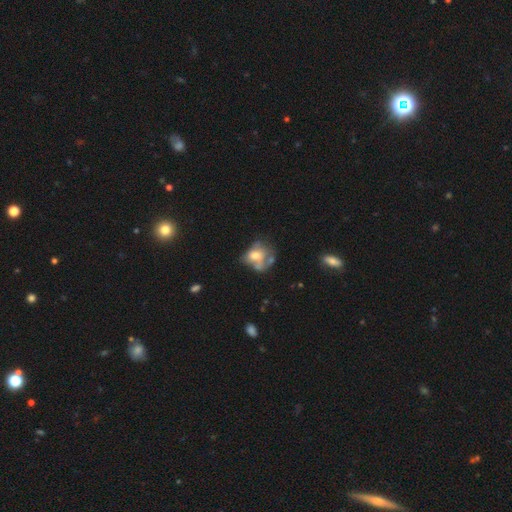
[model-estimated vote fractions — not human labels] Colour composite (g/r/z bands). It shows a smooth galaxy with no disk features (50%) that is in between round and cigar-shaped (54%). Merging: none (29%).